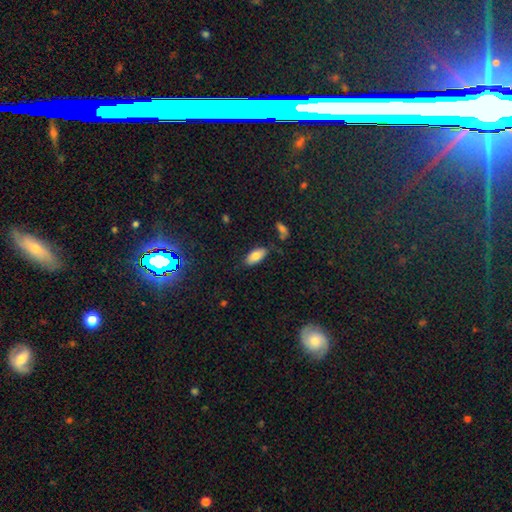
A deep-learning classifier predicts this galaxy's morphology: smooth_or_featured: smooth (p=0.80) [alt: featured or disk p=0.12]
how_rounded: in between (p=0.90) [alt: cigar-shaped p=0.07]
merging: none (p=0.75) [alt: minor disturbance p=0.17]